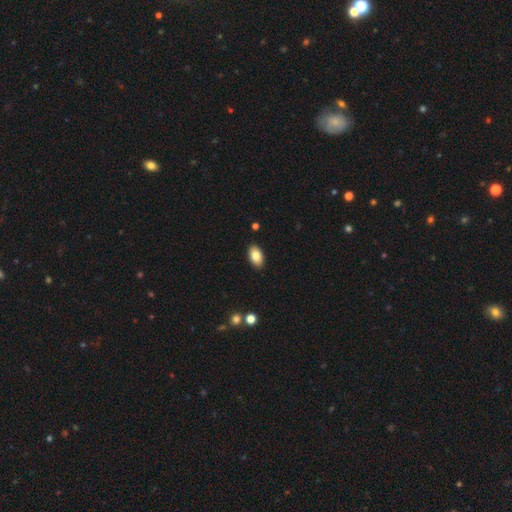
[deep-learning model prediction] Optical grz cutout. It shows a smooth galaxy with no disk features (85%) that is in between round and cigar-shaped (93%). Merging: none (89%).